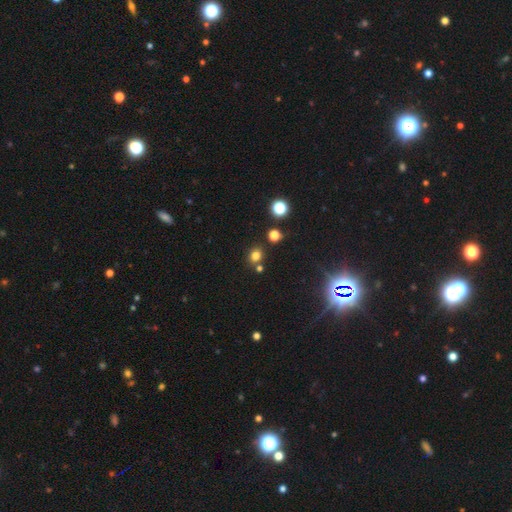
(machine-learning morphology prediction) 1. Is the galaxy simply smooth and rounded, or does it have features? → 76% smooth, 18% star or artifact, 6% featured or disk.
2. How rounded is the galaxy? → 72% round, 27% in between, 1% cigar-shaped.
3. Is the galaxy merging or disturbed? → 75% none, 12% merger, 10% minor disturbance, 3% major disturbance.